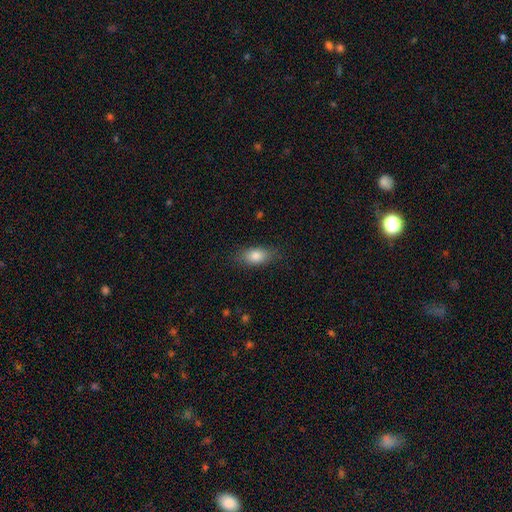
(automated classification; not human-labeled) Morphology: type=smooth (83%); roundness=in between (86%); merging=none (82%).